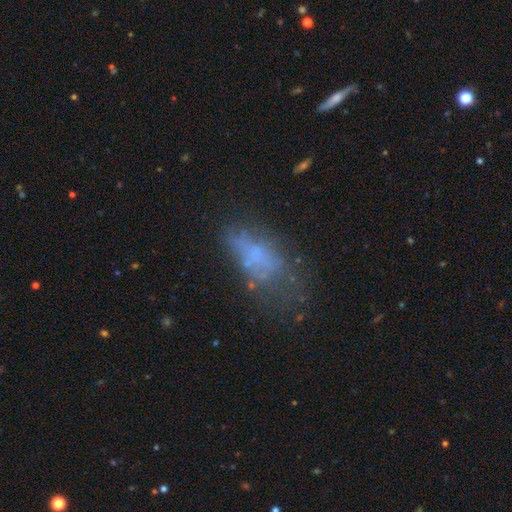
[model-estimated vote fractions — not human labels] smooth_or_featured: smooth (p=0.45) [alt: featured or disk p=0.37]
merging: none (p=0.38) [alt: major disturbance p=0.30]